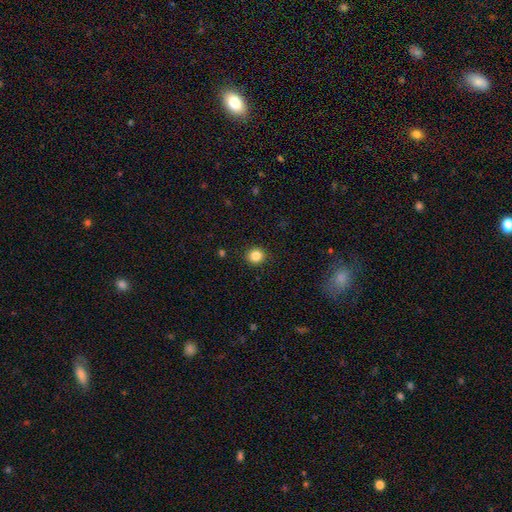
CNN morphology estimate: This is clearly a smooth galaxy (85%). How rounded: clearly round (90%). Merging: clearly none (91%).